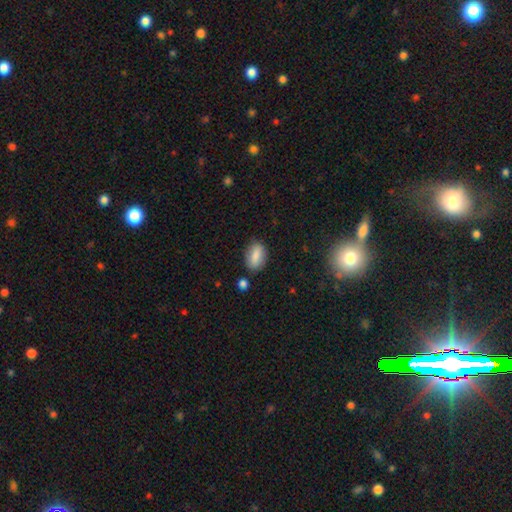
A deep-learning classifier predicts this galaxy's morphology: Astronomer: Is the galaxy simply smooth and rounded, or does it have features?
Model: smooth — 84%.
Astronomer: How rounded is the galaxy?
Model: in between — 86%.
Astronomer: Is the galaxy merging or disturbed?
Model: none — 81%.